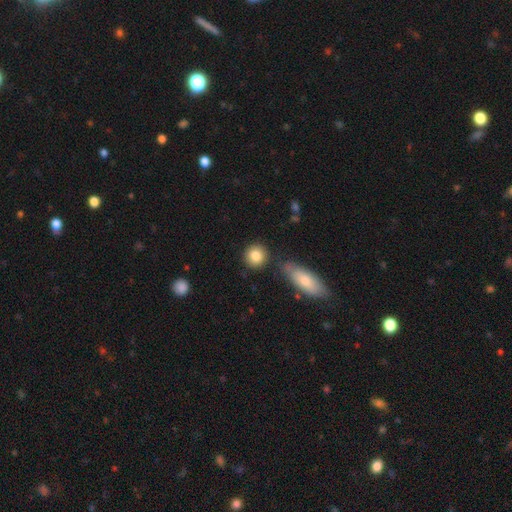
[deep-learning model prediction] A smooth galaxy with no disk features (84%) that is round (87%). Merging: none (80%).